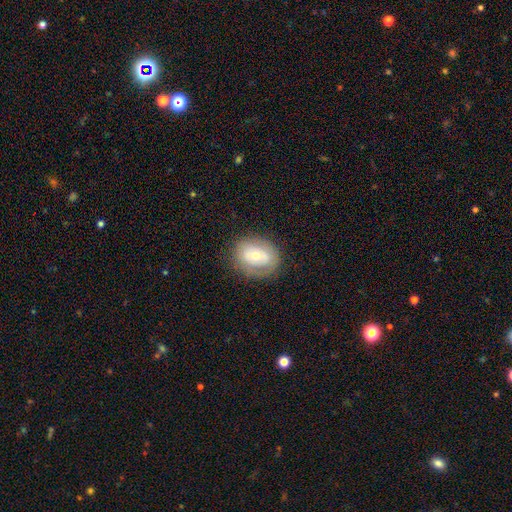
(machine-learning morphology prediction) This is possibly a smooth galaxy (52%). How rounded: possibly in between (52%). Merging: likely none (76%).